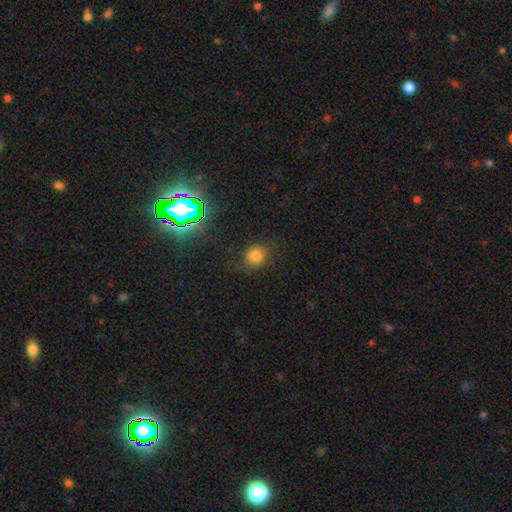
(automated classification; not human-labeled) Smooth or featured: smooth — 74% (star or artifact — 18%)
How rounded: round — 70% (in between — 29%)
Merging: none — 73% (minor disturbance — 17%)